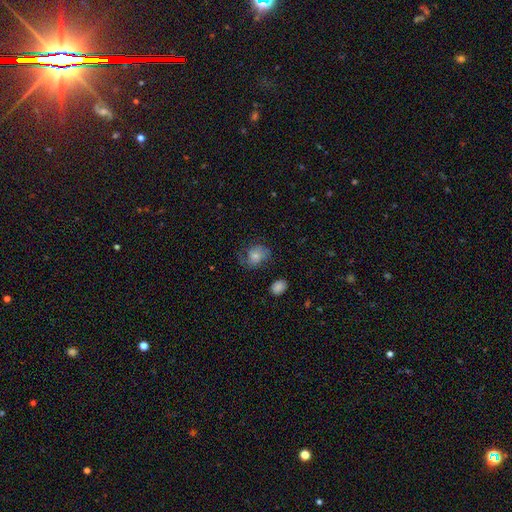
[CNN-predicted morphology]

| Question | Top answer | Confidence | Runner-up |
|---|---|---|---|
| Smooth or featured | smooth | 62% | featured or disk (28%) |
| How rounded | in between | 53% | round (46%) |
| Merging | none | 49% | minor disturbance (28%) |